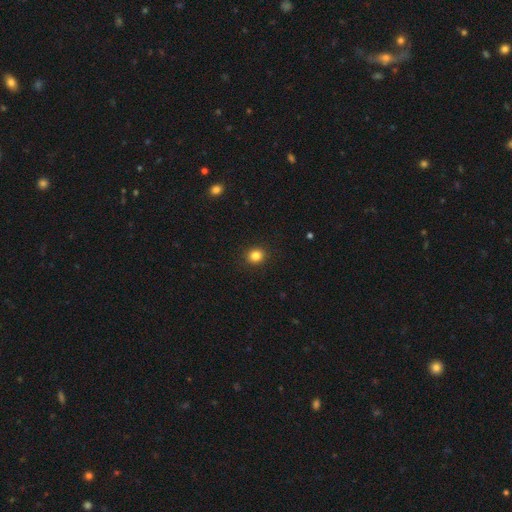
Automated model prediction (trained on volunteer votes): Smooth or featured?
  - smooth: 84% *
  - star or artifact: 11%
  - featured or disk: 5%
How rounded?
  - round: 79% *
  - in between: 20%
  - cigar-shaped: 1%
Merging?
  - none: 91% *
  - minor disturbance: 6%
  - major disturbance: 2%
  - merger: 1%